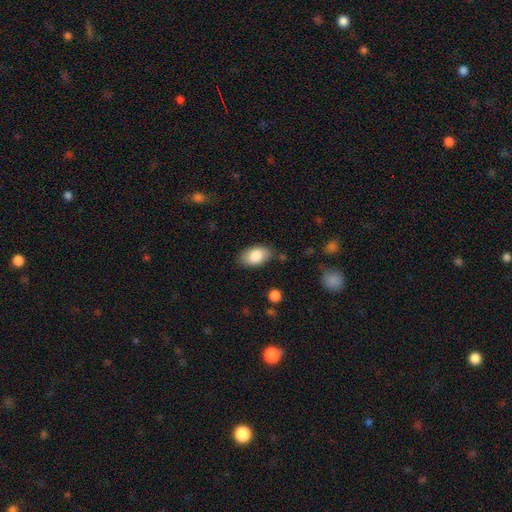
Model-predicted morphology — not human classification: A smooth galaxy with no disk features (84%) that is in between round and cigar-shaped (93%). Merging: none (80%).